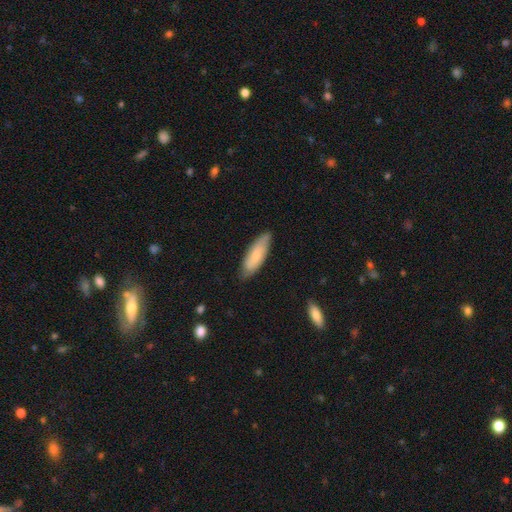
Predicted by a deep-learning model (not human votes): A smooth galaxy with no disk features (68%) that is in between round and cigar-shaped (57%). Merging: none (78%).